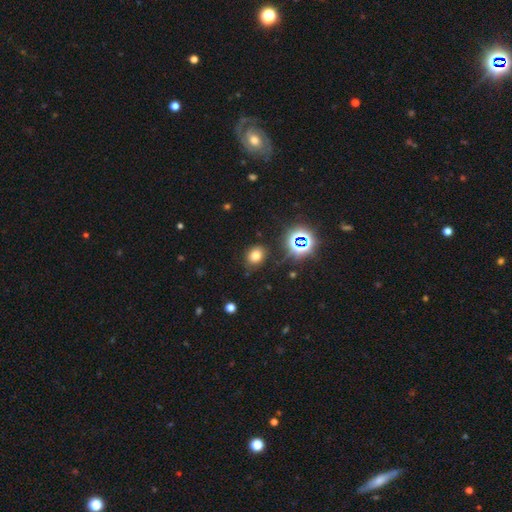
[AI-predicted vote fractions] A smooth galaxy with no disk features (71%) that is round (51%). Merging: none (82%).